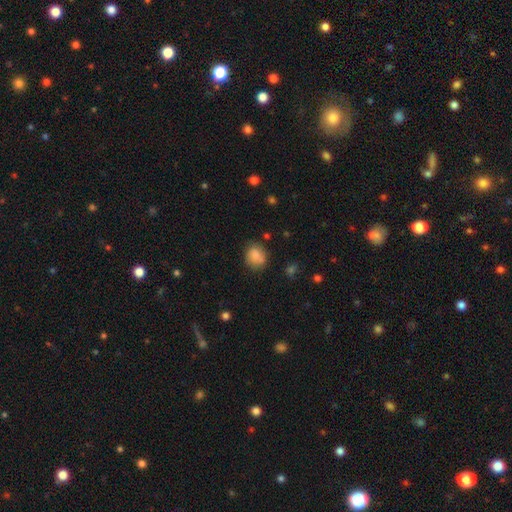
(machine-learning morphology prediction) Smooth or featured: smooth — 82% (featured or disk — 9%)
How rounded: round — 69% (in between — 30%)
Merging: none — 69% (minor disturbance — 20%)